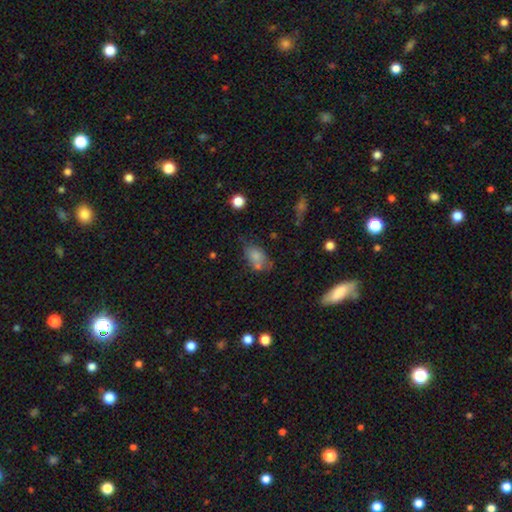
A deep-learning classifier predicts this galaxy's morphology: smooth 69%, featured or disk 16%, star or artifact 14%. Down the decision tree: how rounded — in between (81%); merging — none (49%).